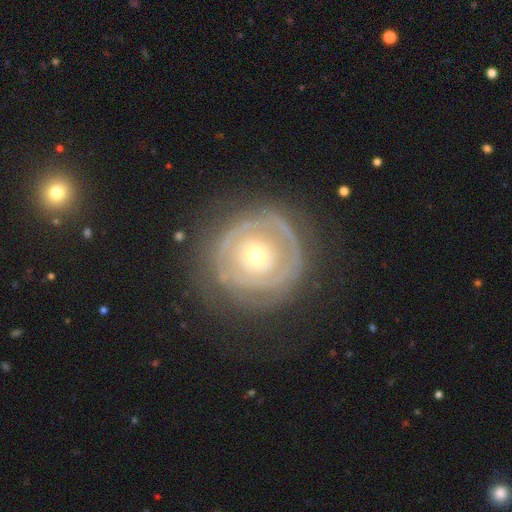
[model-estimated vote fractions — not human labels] A featured or disk galaxy (72%) with no bar (87%), spiral arms (54%) and a small central bulge (58%).

Vote fractions:
- Smooth or featured? featured or disk: 72% / smooth: 22% / star or artifact: 6%
- Edge-on disk? no: 96% / yes: 4%
- Bar? no: 87% / weak: 9% / strong: 4%
- Spiral arms? yes: 54% / no: 46%
- Bulge size? small: 58% / moderate: 37% / large: 3% / dominant: 1% / none: 1%
- Merging? none: 73% / minor disturbance: 16% / major disturbance: 10% / merger: 1%